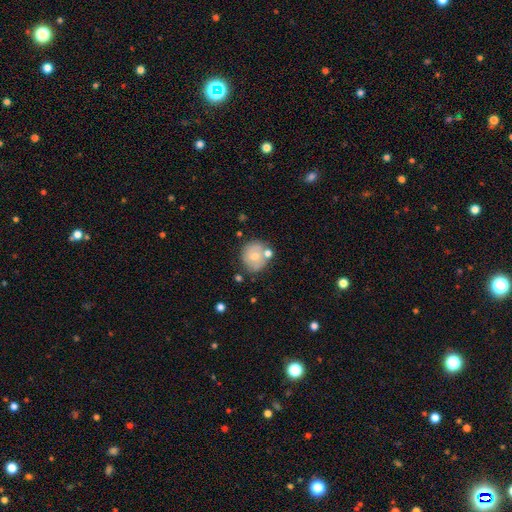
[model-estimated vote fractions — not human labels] Morphology: type=smooth (57%); roundness=round (80%); merging=none (60%).